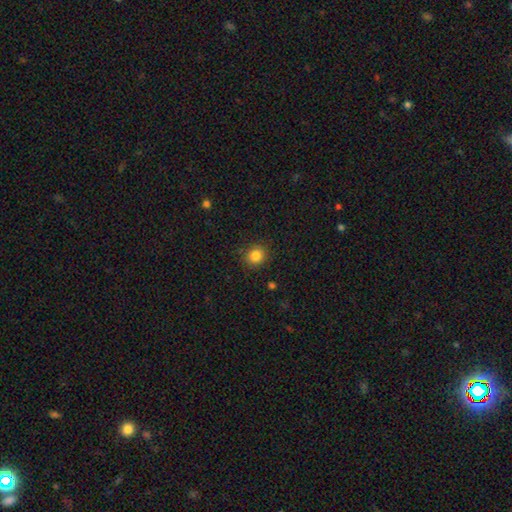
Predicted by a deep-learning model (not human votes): smooth-or-featured: smooth: 84% | star or artifact: 11% | featured or disk: 5%
  how-rounded: round: 82% | in between: 17% | cigar-shaped: 1%
  merging: none: 89% | minor disturbance: 8% | major disturbance: 2% | merger: 1%